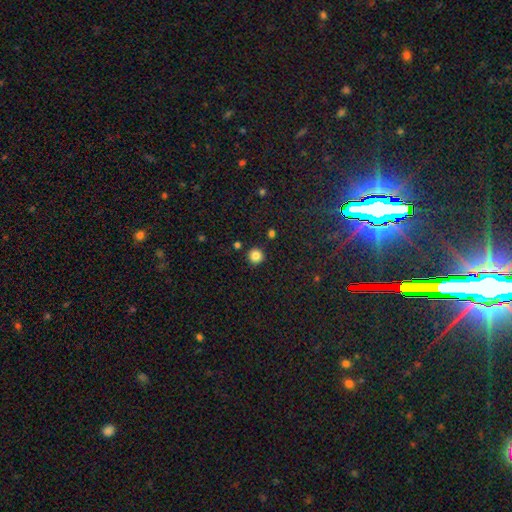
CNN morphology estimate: A smooth galaxy with no disk features (84%) that is round (95%).

Vote fractions:
- Smooth or featured? smooth: 84% / star or artifact: 12% / featured or disk: 5%
- How rounded? round: 95% / in between: 4% / cigar-shaped: 1%
- Merging? none: 91% / minor disturbance: 5% / merger: 2% / major disturbance: 2%